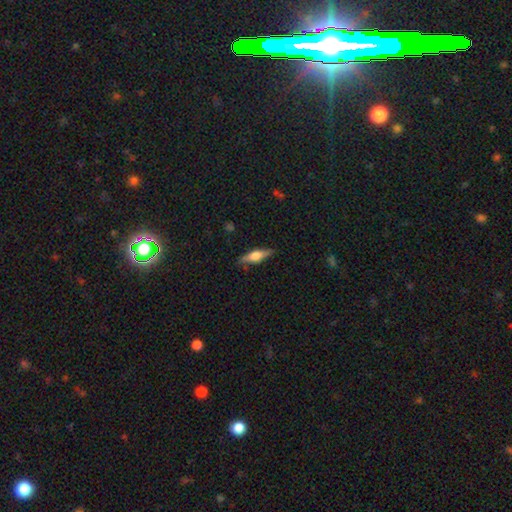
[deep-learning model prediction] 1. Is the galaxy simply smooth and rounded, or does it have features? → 47% smooth, 46% featured or disk, 6% star or artifact.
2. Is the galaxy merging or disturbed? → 84% none, 12% minor disturbance, 2% major disturbance, 1% merger.